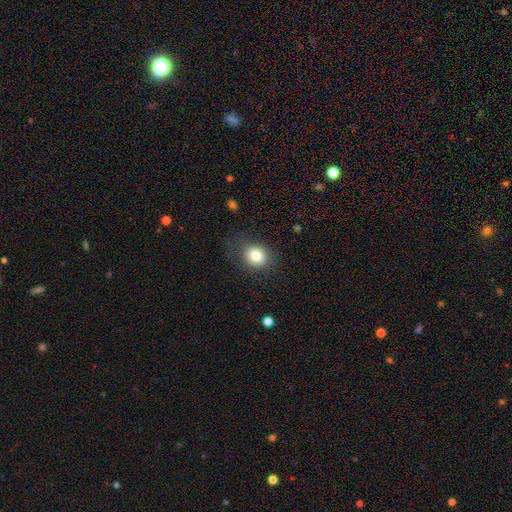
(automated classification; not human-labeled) Smooth or featured? smooth (81%)
How rounded? round (72%)
Merging? none (75%)